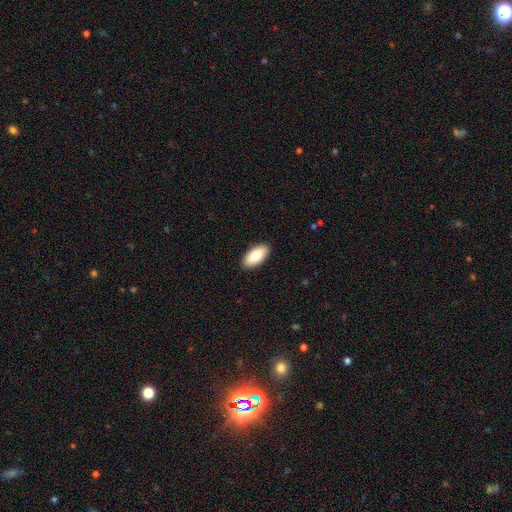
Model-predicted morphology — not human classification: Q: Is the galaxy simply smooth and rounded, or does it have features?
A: smooth — 89%.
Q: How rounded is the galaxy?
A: in between — 94%.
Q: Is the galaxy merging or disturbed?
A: none — 90%.